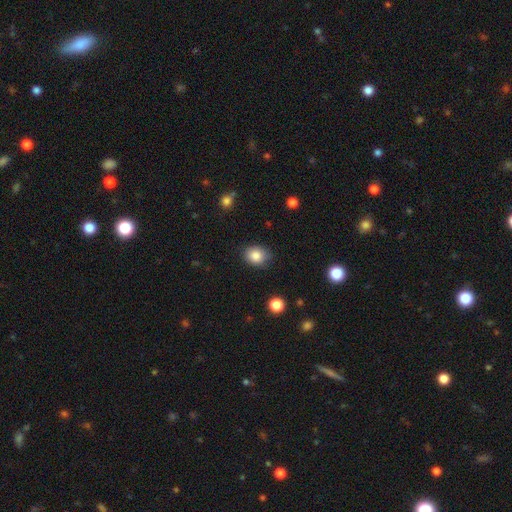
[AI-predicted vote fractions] Q: Smooth or featured?
A: smooth (85%); runner-up: star or artifact (9%)
Q: How rounded?
A: round (55%); runner-up: in between (44%)
Q: Merging?
A: none (81%); runner-up: minor disturbance (15%)